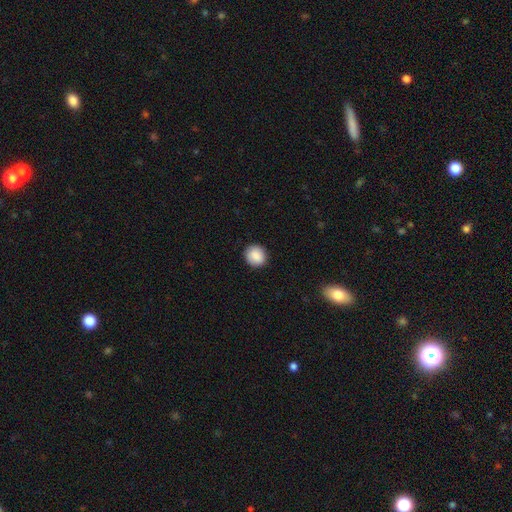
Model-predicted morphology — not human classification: smooth-or-featured: smooth: 87% | star or artifact: 8% | featured or disk: 6%
  how-rounded: round: 84% | in between: 15% | cigar-shaped: 1%
  merging: none: 89% | minor disturbance: 8% | major disturbance: 2% | merger: 1%